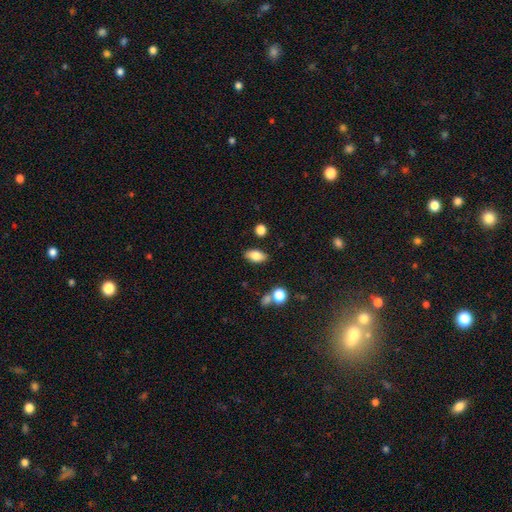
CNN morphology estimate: smooth 78%, featured or disk 13%, star or artifact 8%. Down the decision tree: how rounded — in between (88%); merging — none (84%).